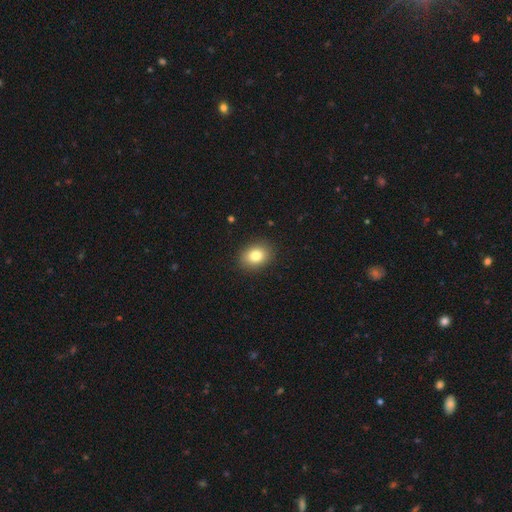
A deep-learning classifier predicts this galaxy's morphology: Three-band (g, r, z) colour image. It shows a smooth galaxy with no disk features (82%) that is in between round and cigar-shaped (60%). Merging: none (90%).